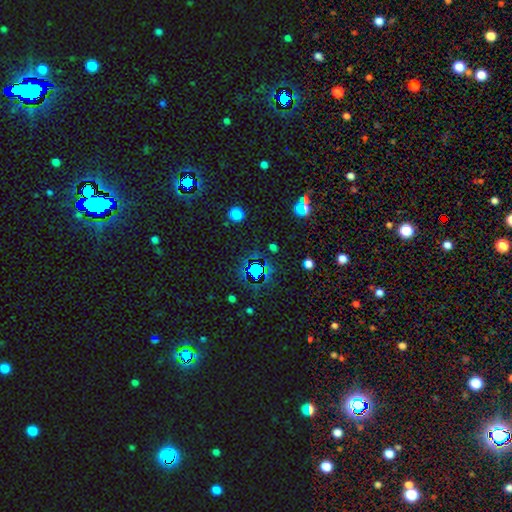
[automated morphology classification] The model was most divided on "smooth or featured": star or artifact: 71%, smooth: 20%, featured or disk: 9%.